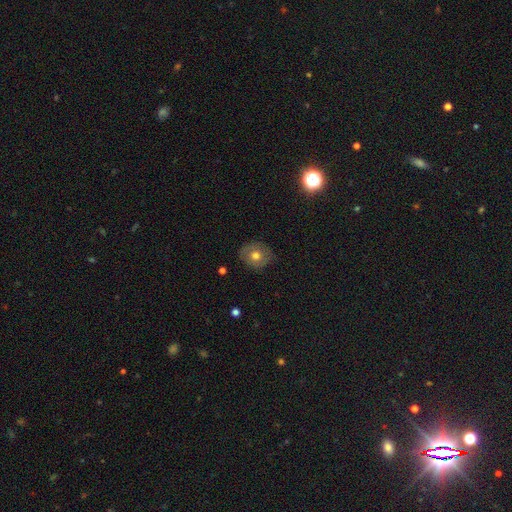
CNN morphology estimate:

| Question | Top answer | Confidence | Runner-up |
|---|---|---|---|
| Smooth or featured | smooth | 59% | featured or disk (31%) |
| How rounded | round | 76% | in between (23%) |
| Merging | none | 83% | minor disturbance (12%) |